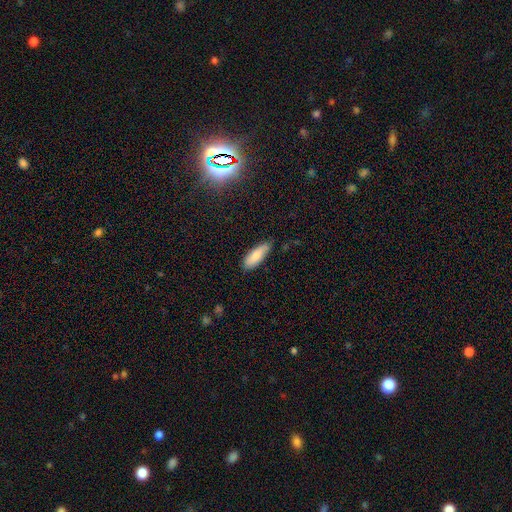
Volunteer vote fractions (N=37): smooth-or-featured: smooth: 81% | featured or disk: 14% | star or artifact: 5%
  how-rounded: in between: 67% | cigar-shaped: 33% | round: 0%
  merging: none: 66% | minor disturbance: 31% | merger: 3% | major disturbance: 0%